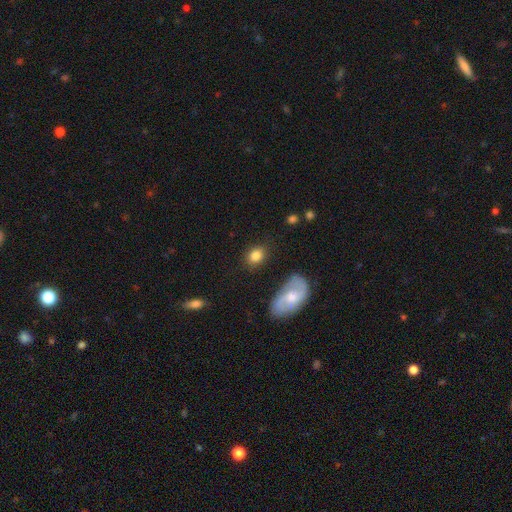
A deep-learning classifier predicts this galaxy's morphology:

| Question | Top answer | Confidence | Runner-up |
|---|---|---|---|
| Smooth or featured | smooth | 80% | featured or disk (11%) |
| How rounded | in between | 59% | round (39%) |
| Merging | none | 81% | minor disturbance (12%) |